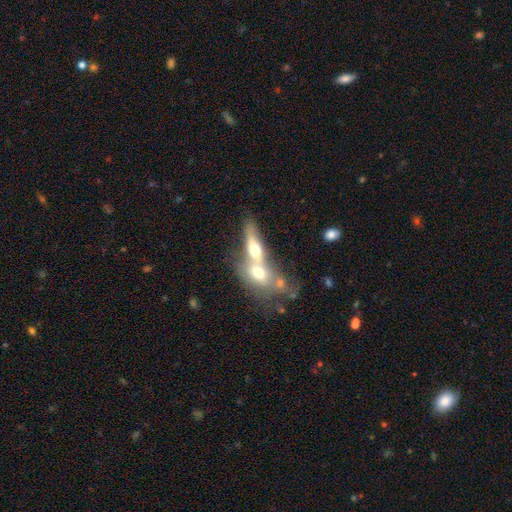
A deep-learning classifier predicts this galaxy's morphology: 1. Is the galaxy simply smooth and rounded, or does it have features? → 45% smooth, 44% featured or disk, 10% star or artifact.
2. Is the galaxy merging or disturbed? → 73% merger, 14% none, 6% major disturbance, 6% minor disturbance.